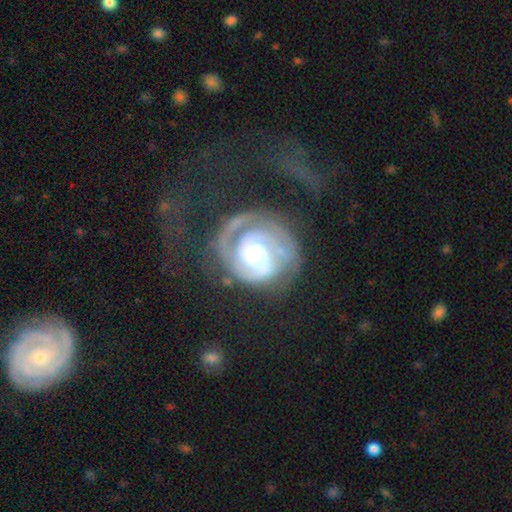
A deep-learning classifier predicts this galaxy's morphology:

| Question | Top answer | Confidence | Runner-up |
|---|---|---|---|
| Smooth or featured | featured or disk | 85% | smooth (10%) |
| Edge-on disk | no | 98% | yes (2%) |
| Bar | no | 65% | weak (26%) |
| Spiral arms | yes | 93% | no (7%) |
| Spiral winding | tight | 62% | medium (28%) |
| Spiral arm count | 2 | 42% | 1 (22%) |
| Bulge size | moderate | 67% | small (17%) |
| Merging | none | 50% | major disturbance (28%) |